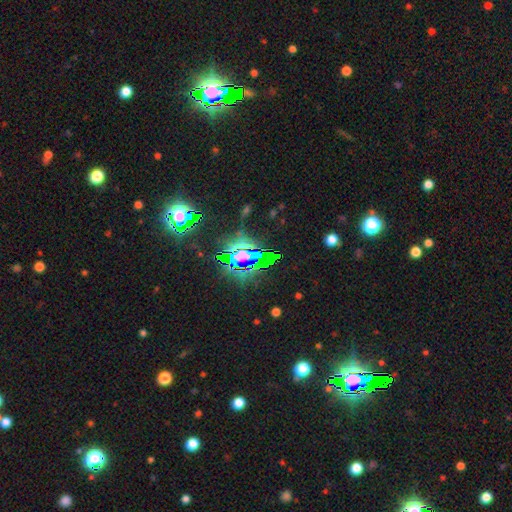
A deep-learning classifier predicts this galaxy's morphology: Overall: star or artifact (77%).